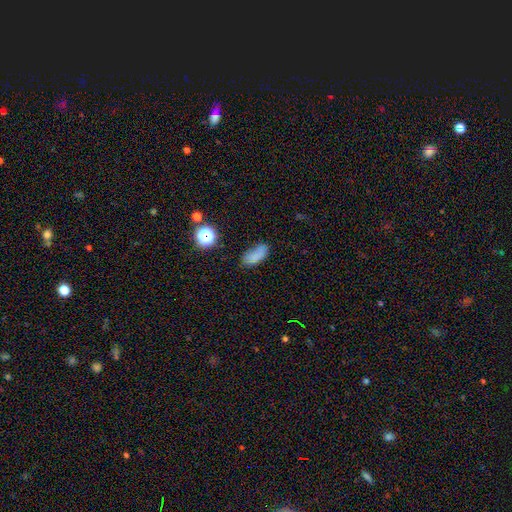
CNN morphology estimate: This is likely a smooth galaxy (72%). How rounded: clearly in between (86%). Merging: possibly none (56%).